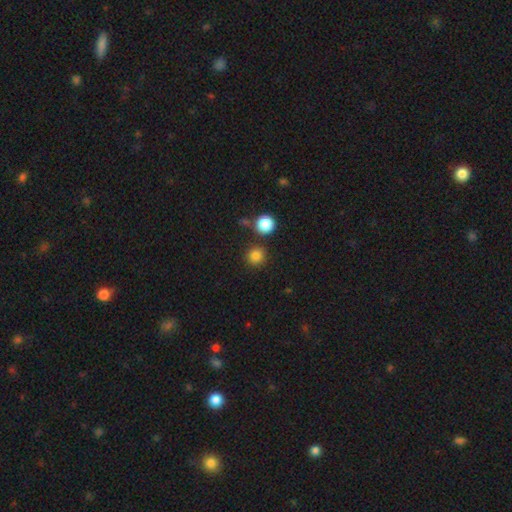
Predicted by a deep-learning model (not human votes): This appears to be a smooth galaxy with no disk features (83%) that is round (93%). Merging: none (84%).